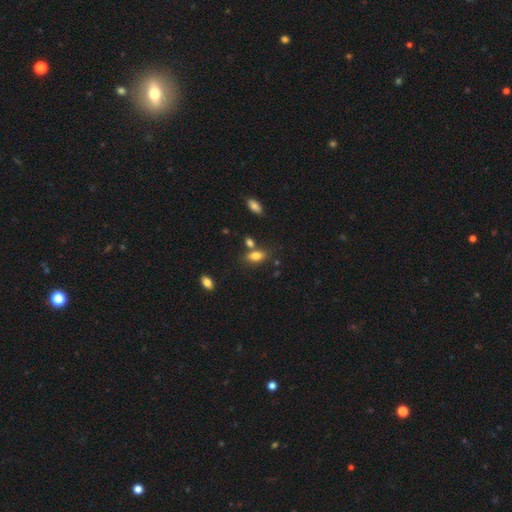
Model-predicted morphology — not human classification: The model was most divided on "merging": none: 63%, merger: 18%, minor disturbance: 14%, major disturbance: 4%. More confident: how rounded — in between (85%); smooth or featured — smooth (81%).